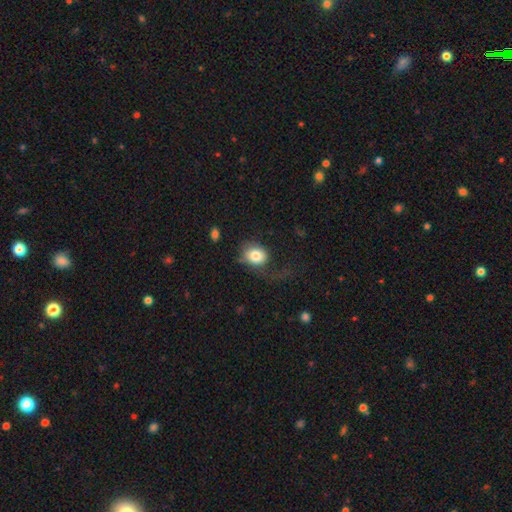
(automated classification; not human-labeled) This is clearly a smooth galaxy (81%). How rounded: possibly round (53%). Merging: marginally none (45%).